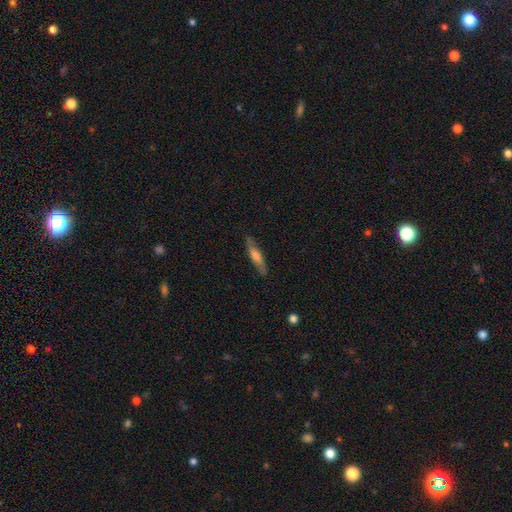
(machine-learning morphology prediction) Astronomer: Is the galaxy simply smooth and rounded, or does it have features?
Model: smooth — 49% (runner-up: featured or disk, 44%).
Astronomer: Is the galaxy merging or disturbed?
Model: none — 83%.